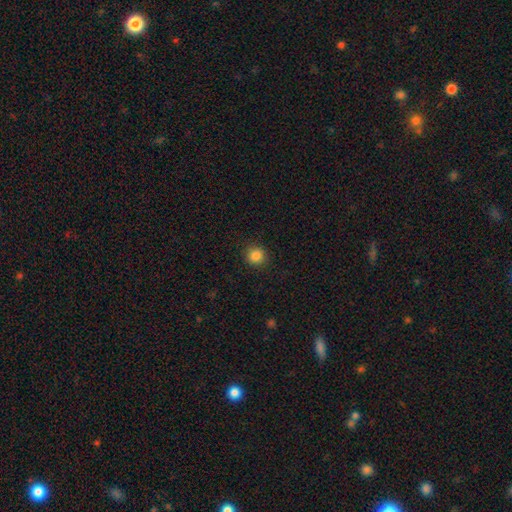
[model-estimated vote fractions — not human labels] smooth_or_featured: smooth (p=0.85) [alt: star or artifact p=0.11]
how_rounded: round (p=0.92) [alt: in between p=0.07]
merging: none (p=0.91) [alt: minor disturbance p=0.06]